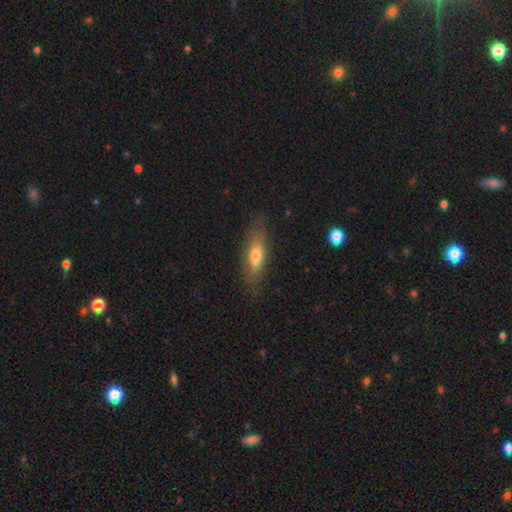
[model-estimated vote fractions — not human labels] A smooth galaxy with no disk features (63%) that is cigar-shaped (50%).

Vote fractions:
- Smooth or featured? smooth: 63% / featured or disk: 30% / star or artifact: 7%
- How rounded? cigar-shaped: 50% / in between: 46% / round: 3%
- Merging? none: 80% / minor disturbance: 15% / major disturbance: 4% / merger: 1%